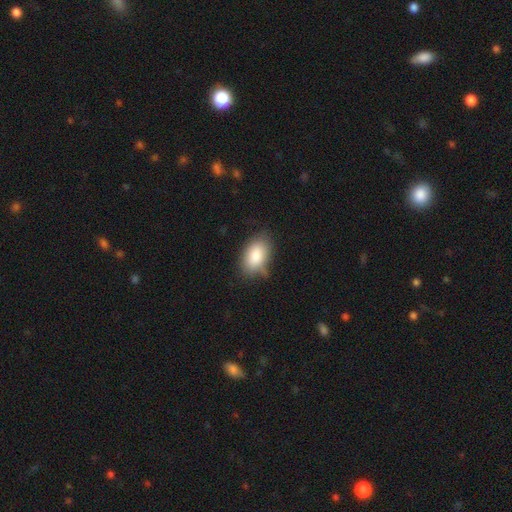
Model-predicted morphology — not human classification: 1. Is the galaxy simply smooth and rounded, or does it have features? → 85% smooth, 7% featured or disk, 7% star or artifact.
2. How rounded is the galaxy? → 91% in between, 7% round, 2% cigar-shaped.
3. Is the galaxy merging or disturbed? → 66% none, 25% minor disturbance, 6% major disturbance, 3% merger.